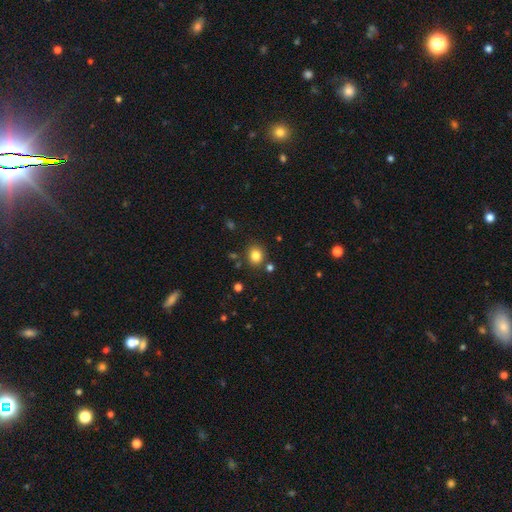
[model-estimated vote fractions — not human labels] Morphology: type=smooth (82%); roundness=round (73%); merging=none (82%).